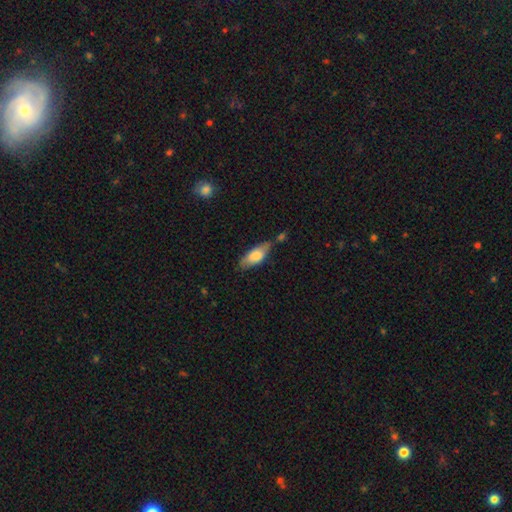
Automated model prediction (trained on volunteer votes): A smooth galaxy with no disk features (76%) that is in between round and cigar-shaped (73%).

Vote fractions:
- Smooth or featured? smooth: 76% / featured or disk: 18% / star or artifact: 6%
- How rounded? in between: 73% / cigar-shaped: 25% / round: 2%
- Merging? none: 57% / minor disturbance: 25% / merger: 12% / major disturbance: 6%